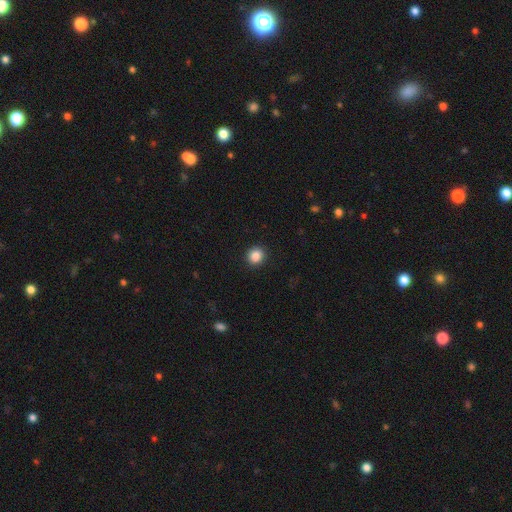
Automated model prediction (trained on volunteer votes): This is clearly a smooth galaxy (87%). How rounded: clearly round (85%). Merging: clearly none (91%).